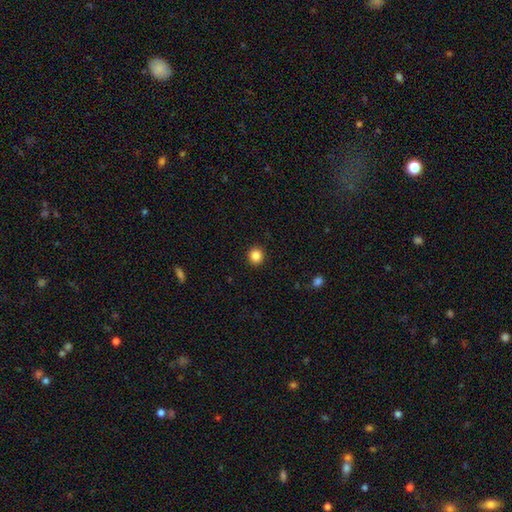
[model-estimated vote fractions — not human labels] A smooth galaxy with no disk features (86%) that is round (93%).

Vote fractions:
- Smooth or featured? smooth: 86% / star or artifact: 11% / featured or disk: 4%
- How rounded? round: 93% / in between: 6% / cigar-shaped: 1%
- Merging? none: 93% / minor disturbance: 5% / major disturbance: 2% / merger: 1%